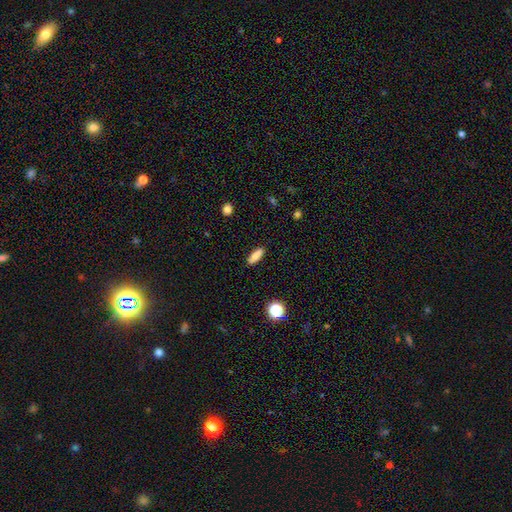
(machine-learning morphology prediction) A smooth galaxy with no disk features (81%) that is in between round and cigar-shaped (52%). Merging: none (89%).